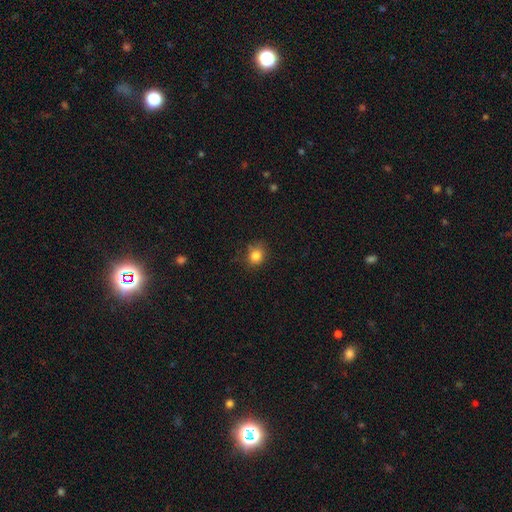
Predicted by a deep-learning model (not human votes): This is clearly a smooth galaxy (83%). How rounded: likely round (70%). Merging: likely none (74%).